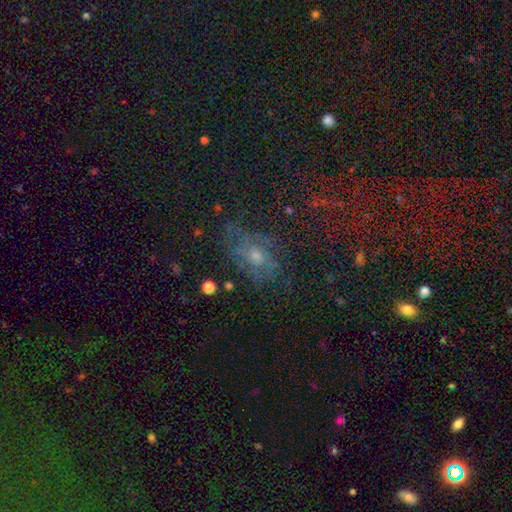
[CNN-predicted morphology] Smooth or featured: featured or disk — 46% (smooth — 34%)
Merging: none — 57% (minor disturbance — 22%)